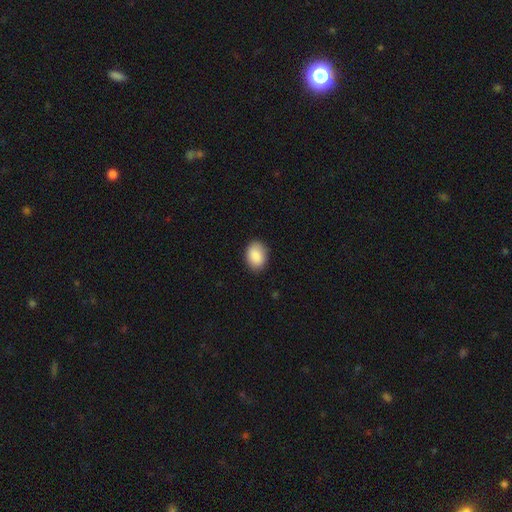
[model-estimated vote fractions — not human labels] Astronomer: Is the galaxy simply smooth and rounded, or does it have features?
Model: smooth — 89%.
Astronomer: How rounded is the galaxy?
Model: in between — 74%.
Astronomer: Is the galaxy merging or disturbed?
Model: none — 86%.